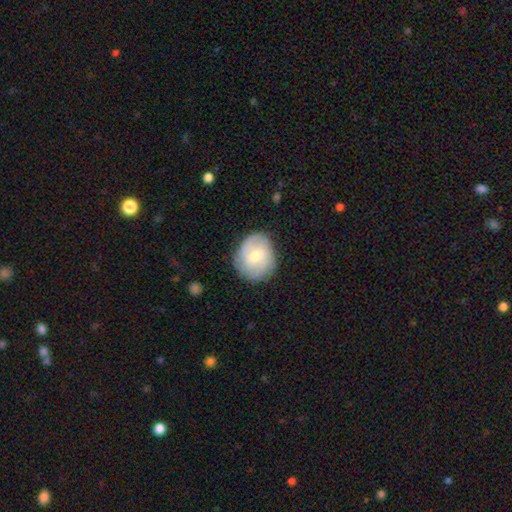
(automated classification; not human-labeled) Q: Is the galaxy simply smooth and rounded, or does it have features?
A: smooth — 51%.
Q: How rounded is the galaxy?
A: round — 61%.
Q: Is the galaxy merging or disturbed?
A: none — 78%.